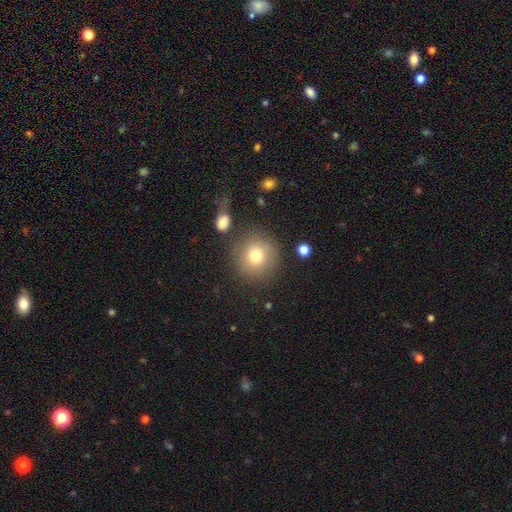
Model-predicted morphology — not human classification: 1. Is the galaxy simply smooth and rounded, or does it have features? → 76% smooth, 13% featured or disk, 11% star or artifact.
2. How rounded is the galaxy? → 92% round, 7% in between, 1% cigar-shaped.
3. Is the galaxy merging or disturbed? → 79% none, 11% minor disturbance, 5% major disturbance, 5% merger.